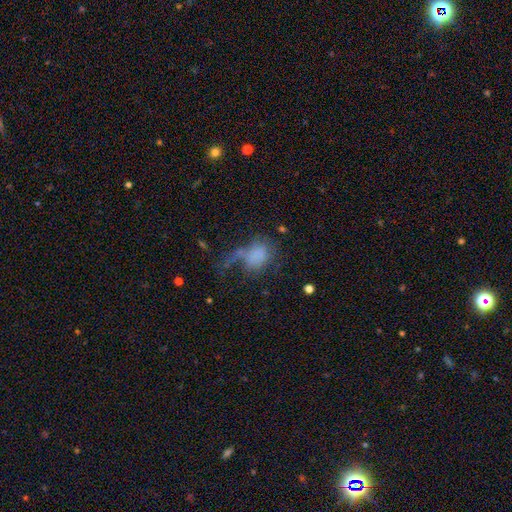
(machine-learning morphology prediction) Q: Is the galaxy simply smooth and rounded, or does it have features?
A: smooth — 64%.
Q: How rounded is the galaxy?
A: in between — 69%.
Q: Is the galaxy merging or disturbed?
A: major disturbance — 47%.